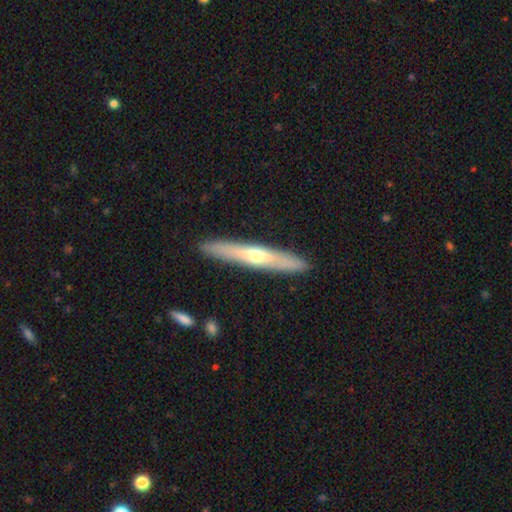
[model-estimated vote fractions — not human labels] smooth_or_featured: featured or disk (p=0.59) [alt: smooth p=0.36]
disk_edge_on: yes (p=0.89) [alt: no p=0.11]
edge_on_bulge: rounded (p=0.80) [alt: none p=0.18]
merging: none (p=0.91) [alt: minor disturbance p=0.07]